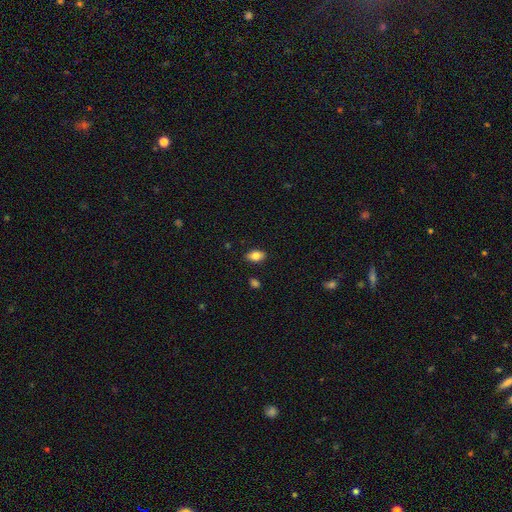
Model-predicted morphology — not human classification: type=smooth (81%); roundness=in between (89%); merging=none (87%).